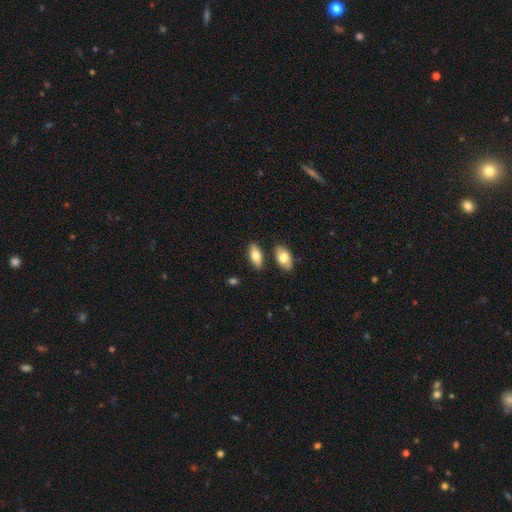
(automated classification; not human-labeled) smooth_or_featured: smooth (p=0.75) [alt: featured or disk p=0.18]
how_rounded: in between (p=0.86) [alt: cigar-shaped p=0.11]
merging: none (p=0.79) [alt: minor disturbance p=0.11]